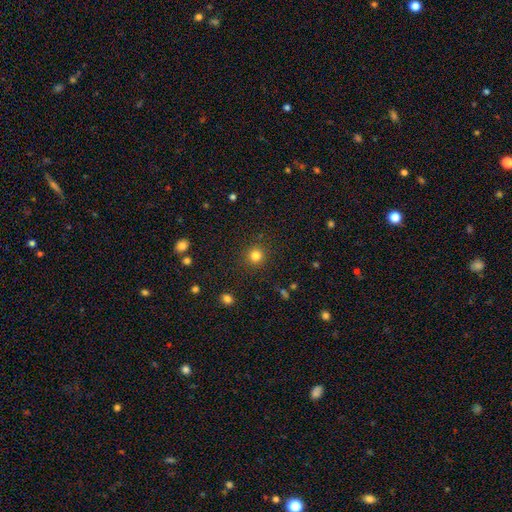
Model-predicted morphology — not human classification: smooth 82%, star or artifact 13%, featured or disk 5%. Down the decision tree: how rounded — round (94%); merging — none (91%).